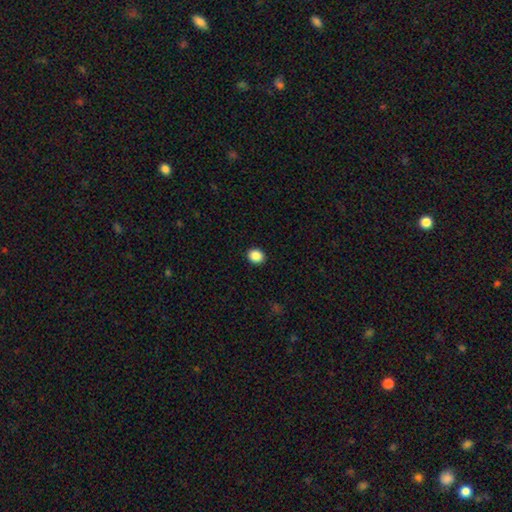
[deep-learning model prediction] Smooth or featured? smooth (88%)
How rounded? round (68%)
Merging? none (92%)